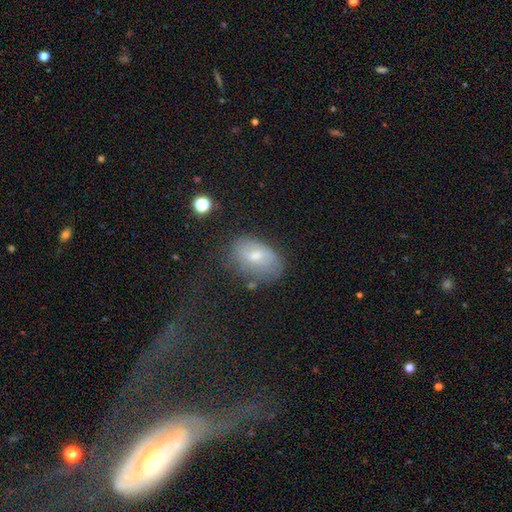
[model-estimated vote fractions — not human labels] This is likely a smooth galaxy (62%). How rounded: clearly in between (88%). Merging: possibly none (56%).